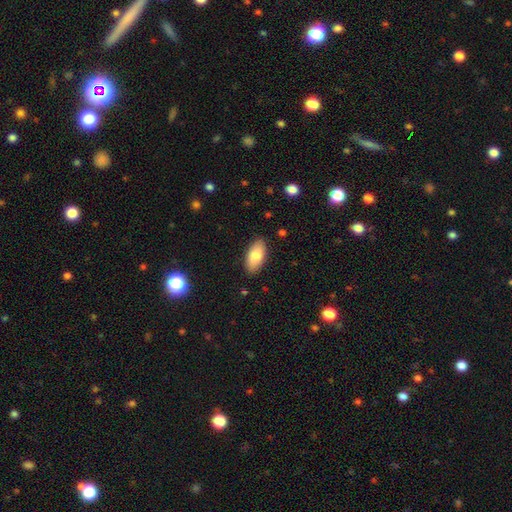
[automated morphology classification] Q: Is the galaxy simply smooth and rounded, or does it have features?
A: smooth — 81%.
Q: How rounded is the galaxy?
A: in between — 91%.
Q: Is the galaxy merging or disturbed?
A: none — 88%.